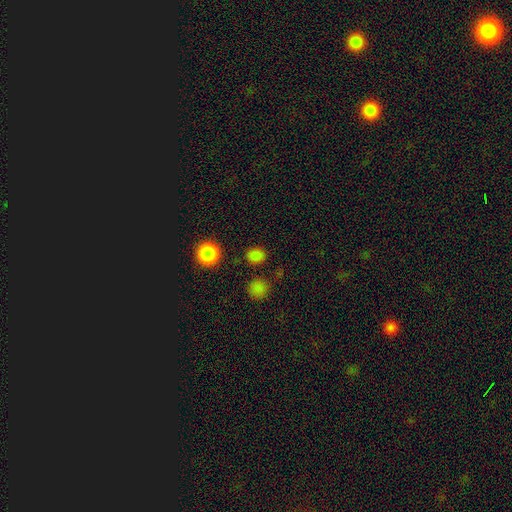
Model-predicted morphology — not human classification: smooth-or-featured: smooth: 83% | star or artifact: 14% | featured or disk: 3%
  how-rounded: round: 75% | in between: 24% | cigar-shaped: 1%
  merging: none: 86% | minor disturbance: 8% | merger: 3% | major disturbance: 3%